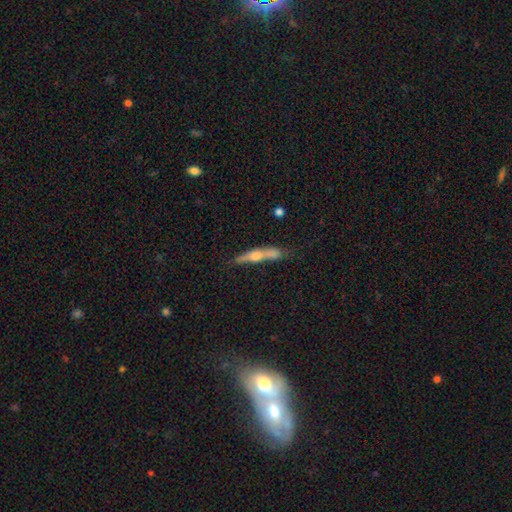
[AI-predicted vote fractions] A featured or disk galaxy (56%) viewed edge-on (90%) with a rounded central bulge (84%). Merging: none (54%).